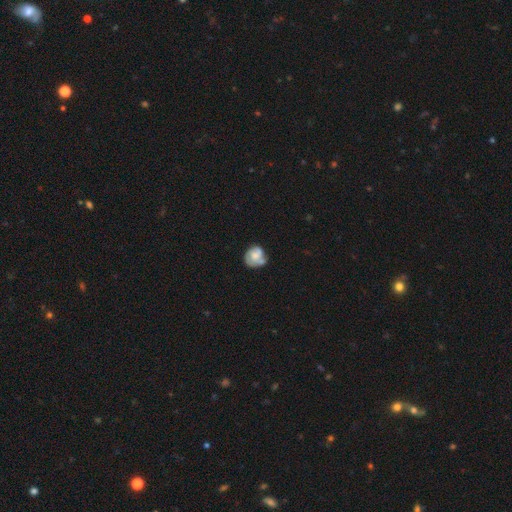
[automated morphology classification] This is possibly a featured or disk galaxy (46%, tied with smooth). Merging: marginally none (45%).